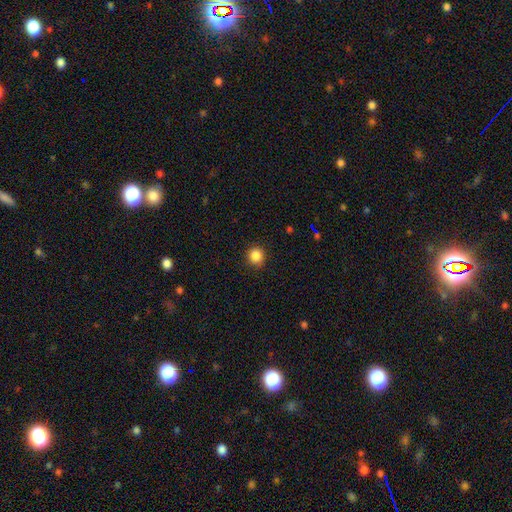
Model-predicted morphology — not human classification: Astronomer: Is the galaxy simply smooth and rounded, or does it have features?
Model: smooth — 86%.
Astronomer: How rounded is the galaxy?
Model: round — 90%.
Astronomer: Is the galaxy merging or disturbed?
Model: none — 90%.